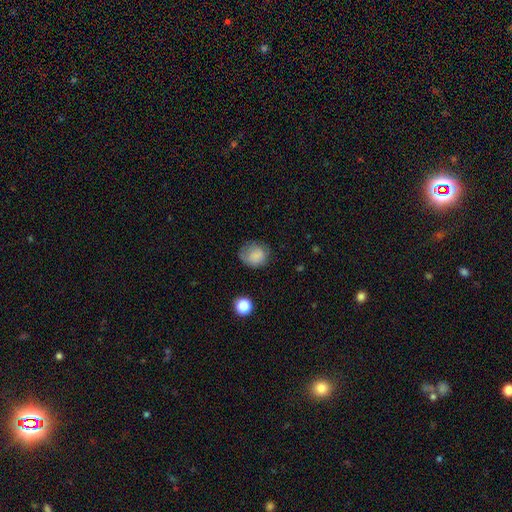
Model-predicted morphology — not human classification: A smooth galaxy with no disk features (79%) that is round (71%). Merging: none (62%).